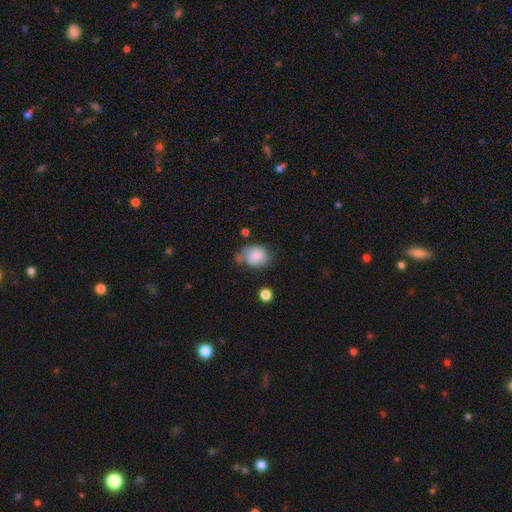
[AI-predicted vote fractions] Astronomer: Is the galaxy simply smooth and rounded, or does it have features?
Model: smooth — 77%.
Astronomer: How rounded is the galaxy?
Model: in between — 63%.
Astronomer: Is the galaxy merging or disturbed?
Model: none — 39% (runner-up: minor disturbance, 35%).